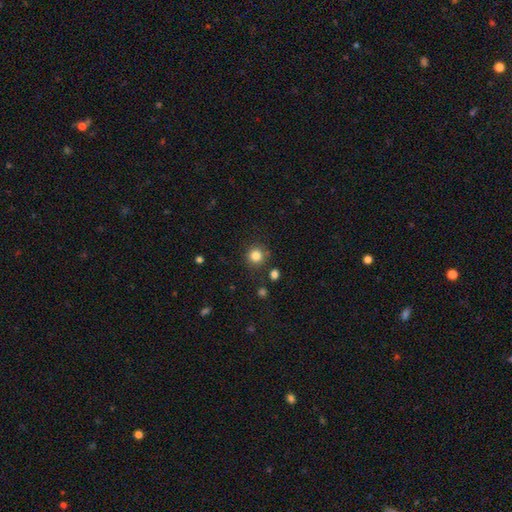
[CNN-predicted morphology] This is clearly a smooth galaxy (83%). How rounded: clearly round (93%). Merging: clearly none (84%).